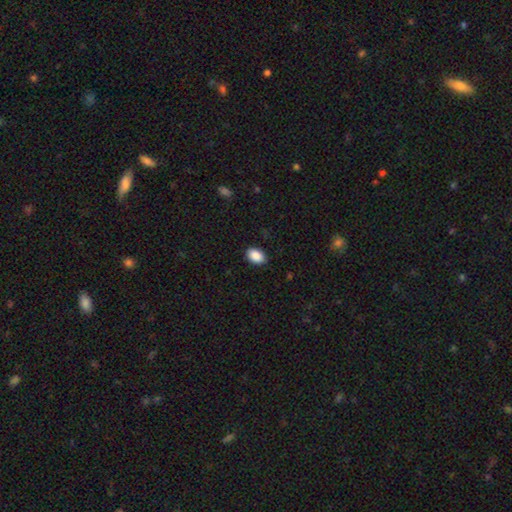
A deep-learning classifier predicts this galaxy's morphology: A smooth galaxy with no disk features (90%) that is in between round and cigar-shaped (87%). Merging: none (87%).